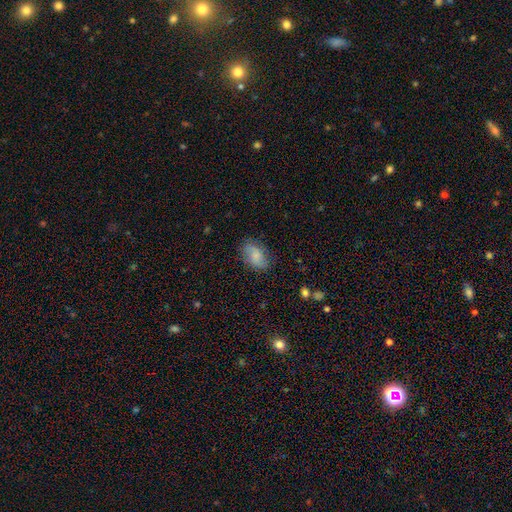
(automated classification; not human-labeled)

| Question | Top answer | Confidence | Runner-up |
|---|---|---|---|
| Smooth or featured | smooth | 67% | featured or disk (25%) |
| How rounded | in between | 89% | round (9%) |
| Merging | none | 74% | minor disturbance (19%) |